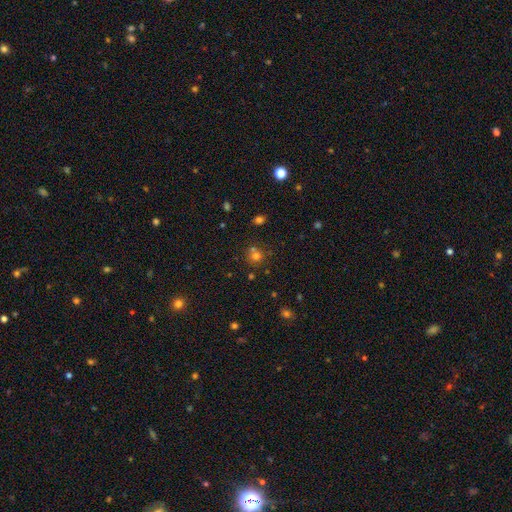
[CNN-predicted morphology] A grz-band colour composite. It shows a smooth galaxy with no disk features (66%) that is round (88%). Merging: none (61%).